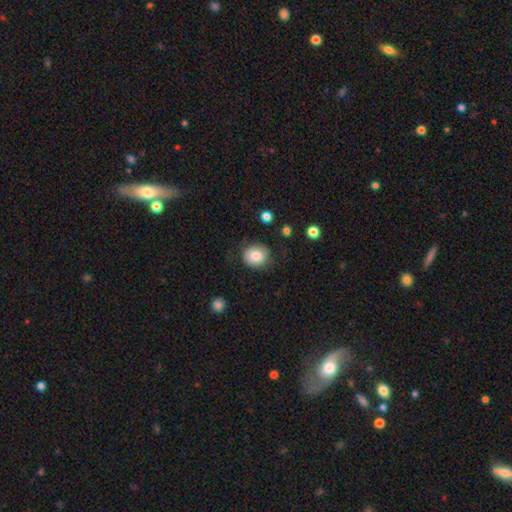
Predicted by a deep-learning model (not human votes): Smooth or featured? smooth (83%)
How rounded? round (78%)
Merging? none (77%)